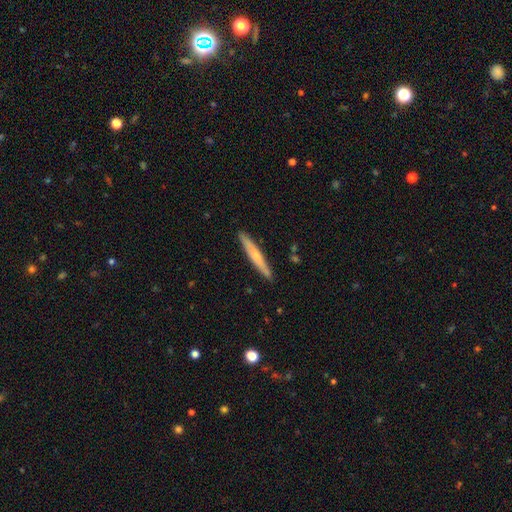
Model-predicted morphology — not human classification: A smooth galaxy with no disk features (51%) that is cigar-shaped (95%).

Vote fractions:
- Smooth or featured? smooth: 51% / featured or disk: 44% / star or artifact: 6%
- How rounded? cigar-shaped: 95% / in between: 3% / round: 1%
- Merging? none: 91% / minor disturbance: 7% / major disturbance: 1% / merger: 1%